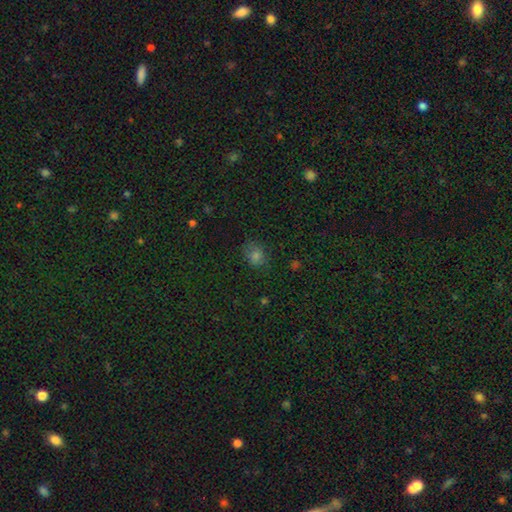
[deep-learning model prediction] This appears to be a smooth galaxy with no disk features (73%) that is round (56%). Merging: none (75%).